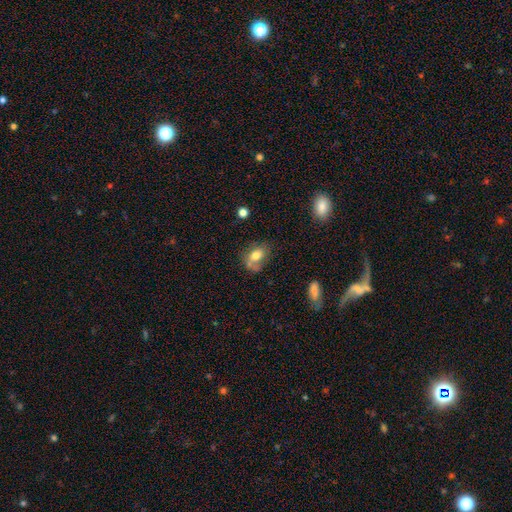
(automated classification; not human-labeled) smooth-or-featured: smooth: 71% | featured or disk: 19% | star or artifact: 10%
  how-rounded: in between: 72% | round: 26% | cigar-shaped: 2%
  merging: none: 44% | minor disturbance: 26% | merger: 18% | major disturbance: 13%